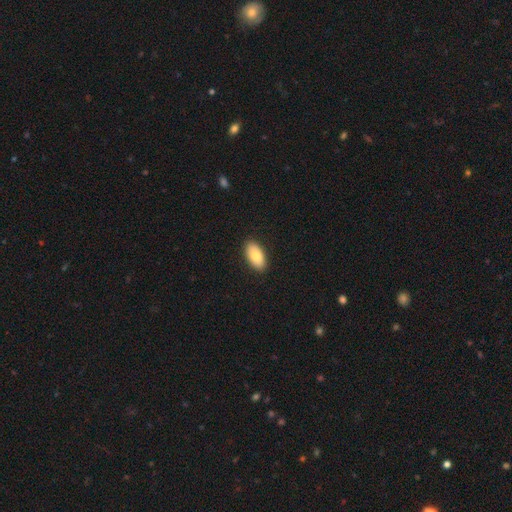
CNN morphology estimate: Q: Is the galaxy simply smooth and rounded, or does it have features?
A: smooth — 81%.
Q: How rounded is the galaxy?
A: in between — 93%.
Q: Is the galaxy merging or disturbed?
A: none — 90%.